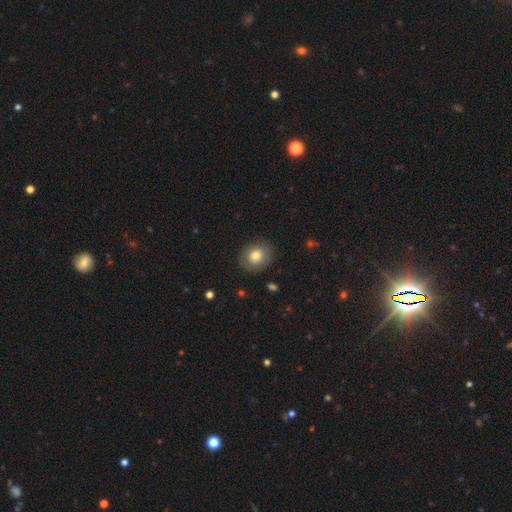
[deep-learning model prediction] Q: Smooth or featured?
A: smooth (78%); runner-up: featured or disk (13%)
Q: How rounded?
A: round (63%); runner-up: in between (36%)
Q: Merging?
A: none (84%); runner-up: minor disturbance (12%)